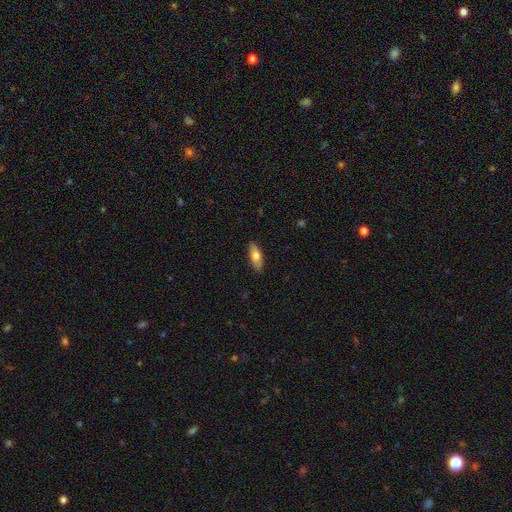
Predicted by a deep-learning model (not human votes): Overall: smooth (71%). How rounded: in between (66%; cigar-shaped 31%). Merging: none (88%).